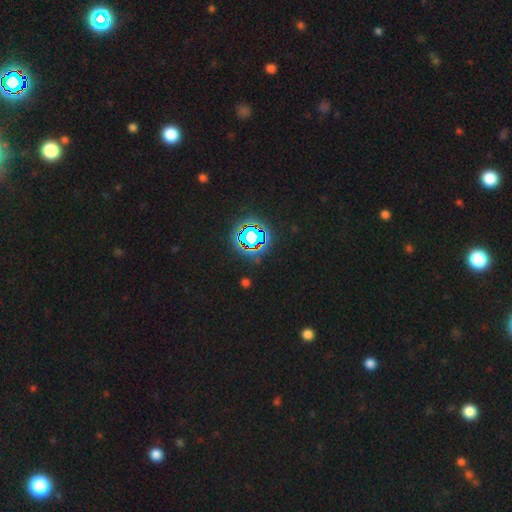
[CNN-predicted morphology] Smooth or featured? star or artifact (81%)